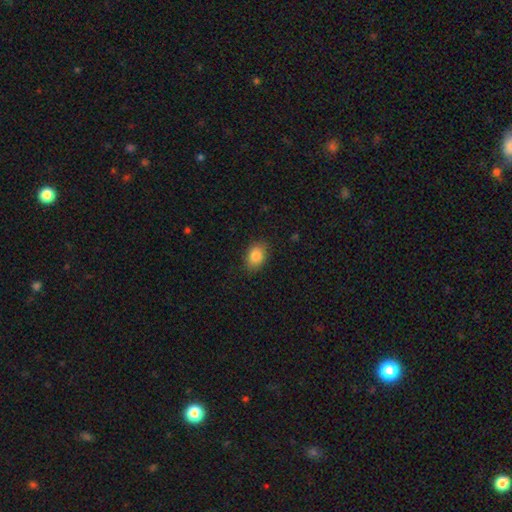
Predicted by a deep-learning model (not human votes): The model was most divided on "how rounded": in between: 75%, round: 24%, cigar-shaped: 1%. More confident: smooth or featured — smooth (86%); merging — none (86%).